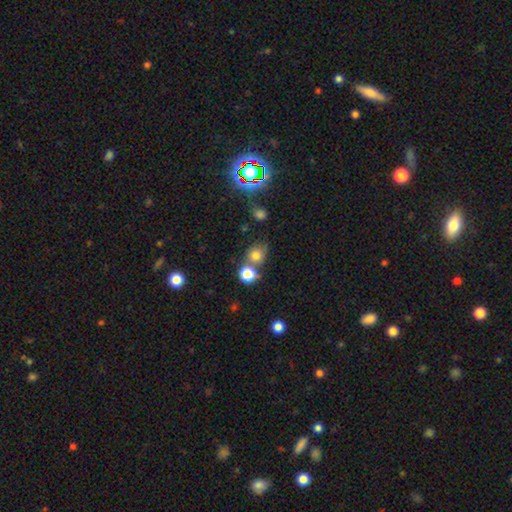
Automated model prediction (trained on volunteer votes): smooth-or-featured: smooth: 74% | star or artifact: 17% | featured or disk: 9%
  how-rounded: round: 75% | in between: 24% | cigar-shaped: 1%
  merging: none: 52% | merger: 29% | minor disturbance: 13% | major disturbance: 6%